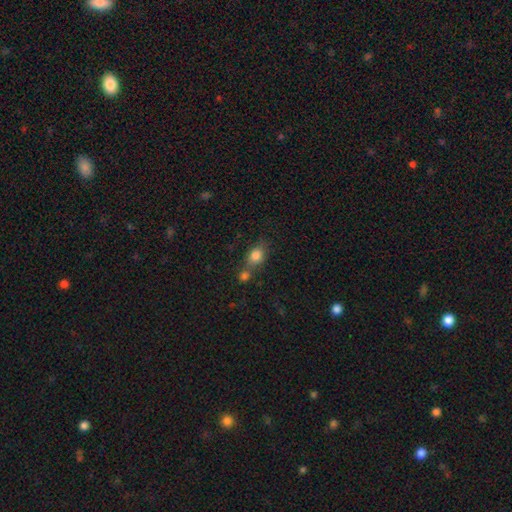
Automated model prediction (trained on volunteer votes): smooth-or-featured: smooth: 81% | star or artifact: 10% | featured or disk: 9%
  how-rounded: in between: 62% | round: 35% | cigar-shaped: 3%
  merging: none: 48% | merger: 34% | minor disturbance: 13% | major disturbance: 5%